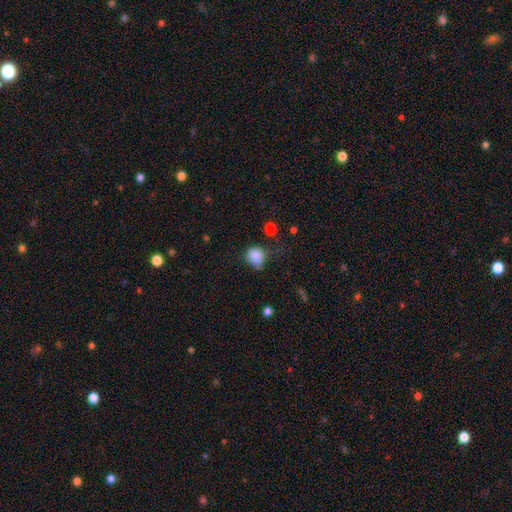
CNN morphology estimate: Q: Smooth or featured?
A: smooth (83%); runner-up: star or artifact (11%)
Q: How rounded?
A: round (70%); runner-up: in between (29%)
Q: Merging?
A: none (46%); runner-up: minor disturbance (36%)